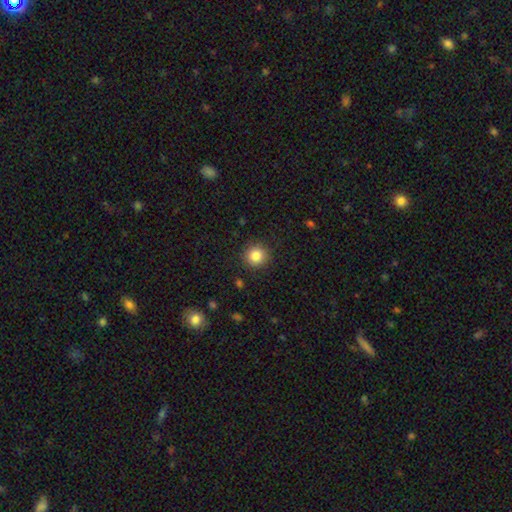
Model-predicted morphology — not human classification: smooth_or_featured: smooth (p=0.85) [alt: star or artifact p=0.10]
how_rounded: round (p=0.94) [alt: in between p=0.05]
merging: none (p=0.91) [alt: minor disturbance p=0.06]